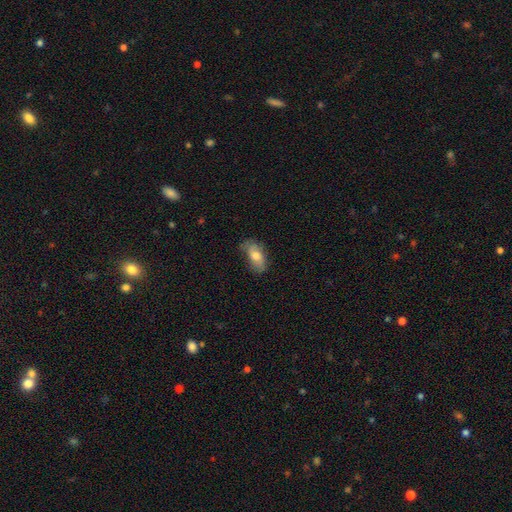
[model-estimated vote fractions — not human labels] The model was most divided on "merging": none: 60%, minor disturbance: 29%, major disturbance: 9%, merger: 2%. More confident: how rounded — in between (89%); smooth or featured — smooth (65%).